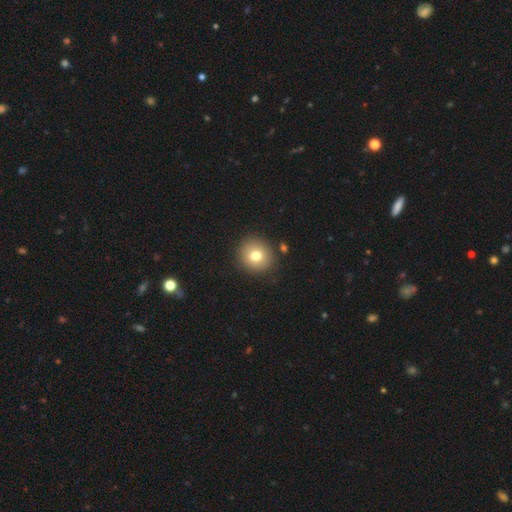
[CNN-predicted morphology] This is likely a smooth galaxy (76%). How rounded: clearly round (90%). Merging: clearly none (87%).